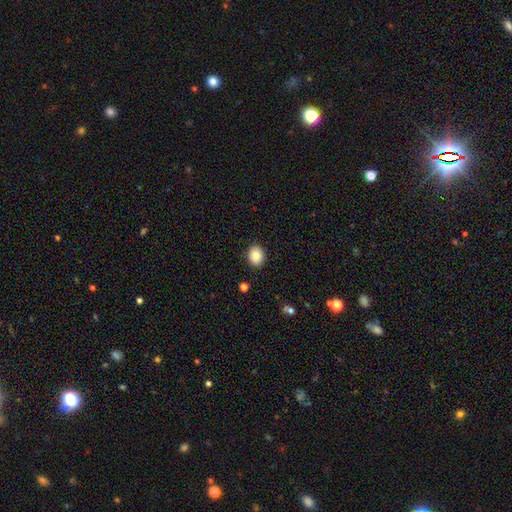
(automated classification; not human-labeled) Q: Smooth or featured?
A: smooth (86%); runner-up: star or artifact (8%)
Q: How rounded?
A: round (55%); runner-up: in between (44%)
Q: Merging?
A: none (90%); runner-up: minor disturbance (7%)